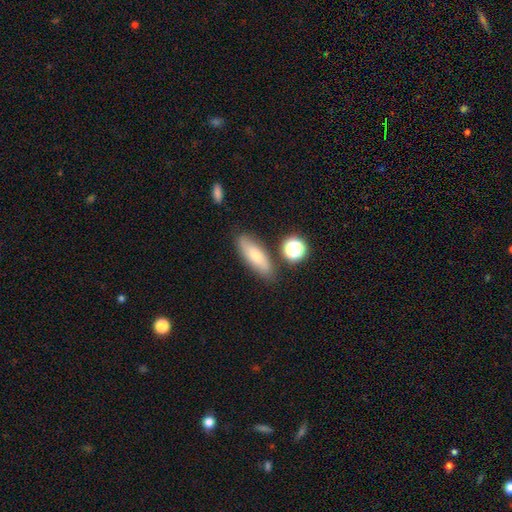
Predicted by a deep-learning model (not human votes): The model was most divided on "how rounded": in between: 59%, cigar-shaped: 37%, round: 4%. More confident: merging — none (78%); smooth or featured — smooth (70%).